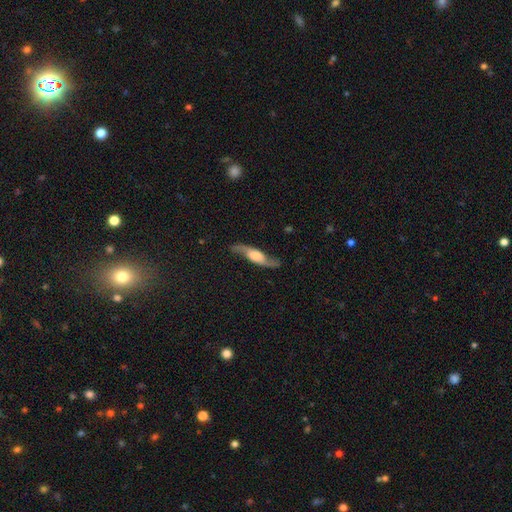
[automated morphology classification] smooth_or_featured: featured or disk (p=0.77) [alt: smooth p=0.18]
disk_edge_on: no (p=0.66) [alt: yes p=0.34]
bar: no (p=0.58) [alt: weak p=0.31]
has_spiral_arms: yes (p=0.93) [alt: no p=0.07]
bulge_size: large (p=0.39) [alt: moderate p=0.33]
merging: none (p=0.79) [alt: minor disturbance p=0.14]